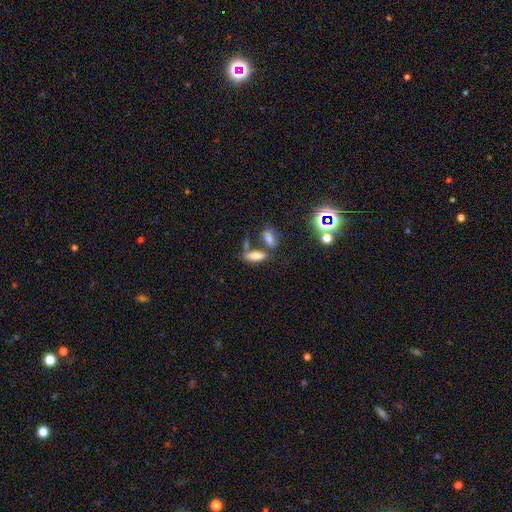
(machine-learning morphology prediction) Q: Smooth or featured?
A: smooth (74%); runner-up: star or artifact (13%)
Q: How rounded?
A: in between (68%); runner-up: cigar-shaped (28%)
Q: Merging?
A: none (47%); runner-up: merger (33%)